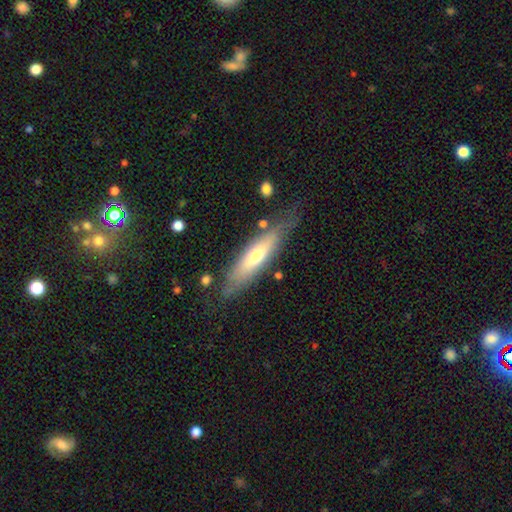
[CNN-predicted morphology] Smooth or featured?
  - featured or disk: 47% * (tied)
  - smooth: 47% * (tied)
  - star or artifact: 6%
Merging?
  - none: 70% *
  - minor disturbance: 20%
  - major disturbance: 7%
  - merger: 3%